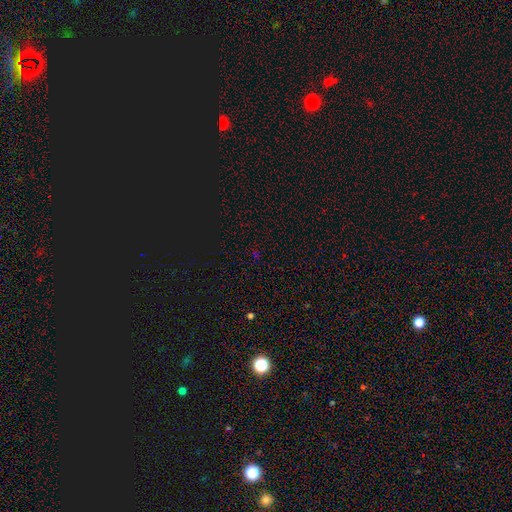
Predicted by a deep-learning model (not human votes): A star or artifact, not a galaxy (68%).

Vote fractions:
- Smooth or featured? star or artifact: 68% / smooth: 25% / featured or disk: 7%